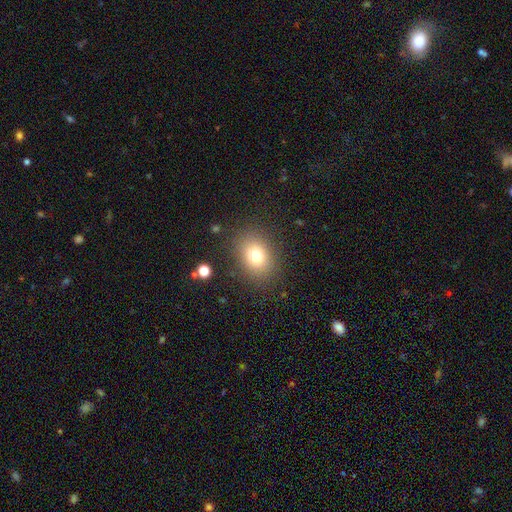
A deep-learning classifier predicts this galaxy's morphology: This appears to be a smooth galaxy with no disk features (76%) that is in between round and cigar-shaped (56%). Merging: none (84%).